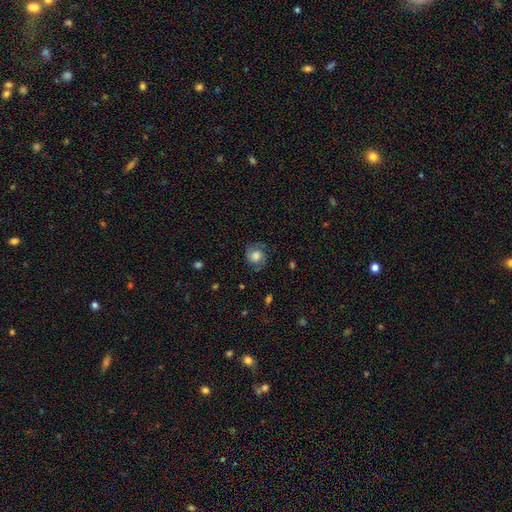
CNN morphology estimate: A smooth galaxy with no disk features (58%) that is round (81%). Merging: none (72%).